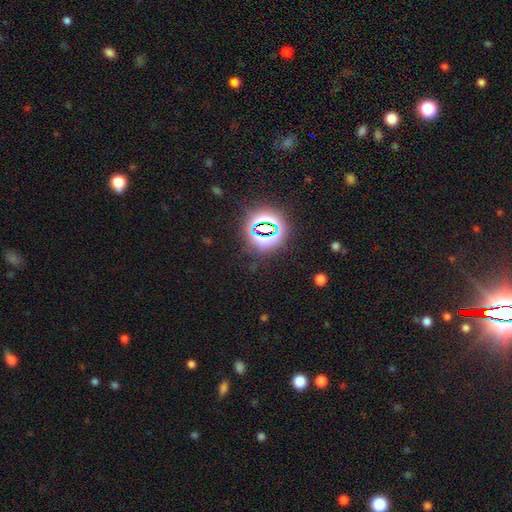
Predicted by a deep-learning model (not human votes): A star or artifact, not a galaxy (83%).

Vote fractions:
- Smooth or featured? star or artifact: 83% / smooth: 10% / featured or disk: 7%